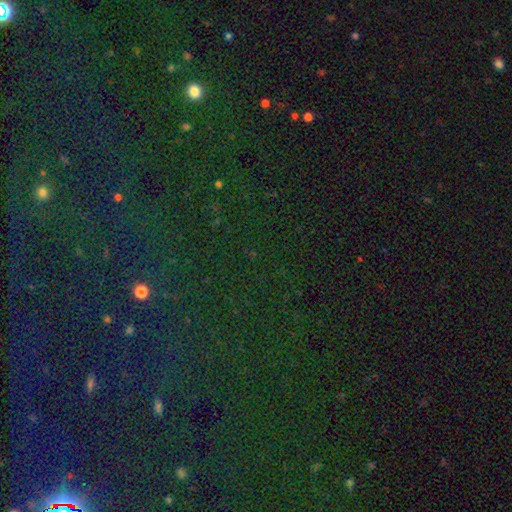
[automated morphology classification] star or artifact 81%, smooth 12%, featured or disk 8%.